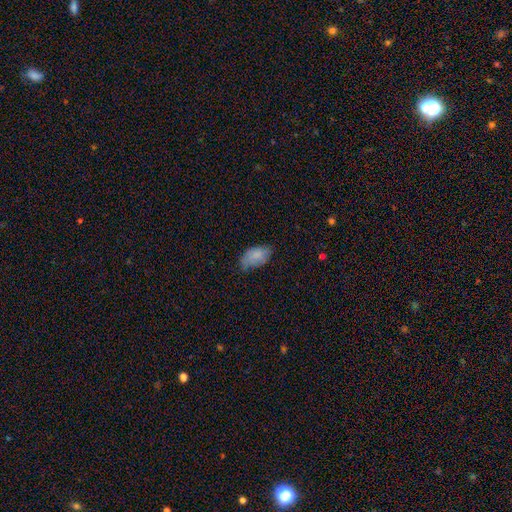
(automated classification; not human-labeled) This appears to be a smooth galaxy with no disk features (80%) that is in between round and cigar-shaped (94%). Merging: none (54%).